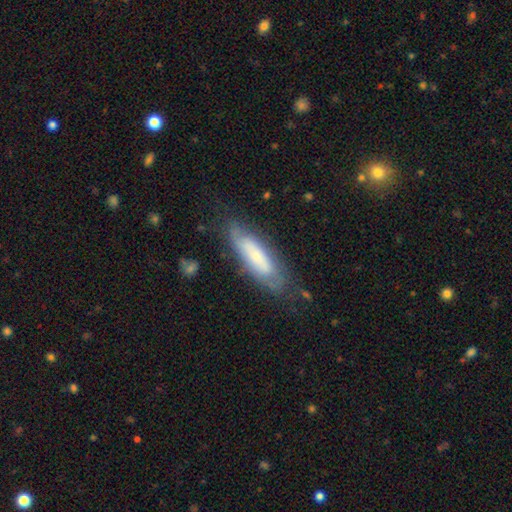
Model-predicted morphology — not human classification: featured or disk 49%, smooth 44%, star or artifact 7%. Down the decision tree: merging — none (67%).